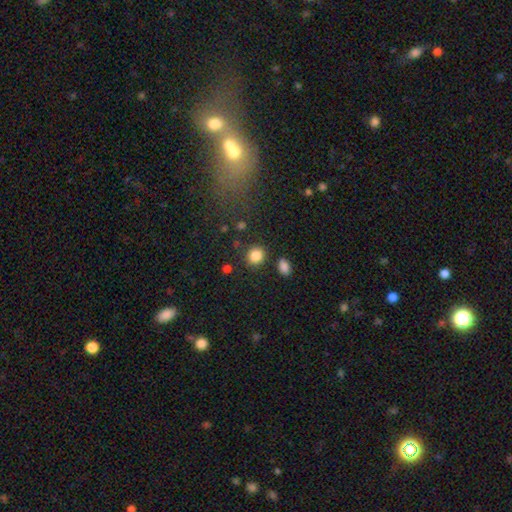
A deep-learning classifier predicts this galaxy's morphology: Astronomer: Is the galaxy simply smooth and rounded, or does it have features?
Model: smooth — 86%.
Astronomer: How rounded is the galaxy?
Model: round — 81%.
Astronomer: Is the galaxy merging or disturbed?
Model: none — 82%.